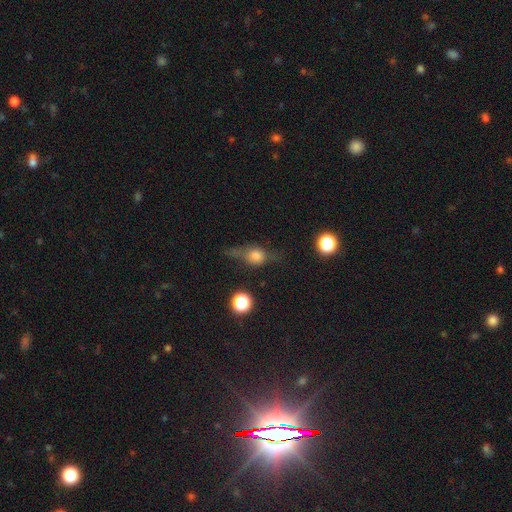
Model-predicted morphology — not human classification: Smooth or featured: smooth — 50% (featured or disk — 37%)
Merging: none — 53% (minor disturbance — 26%)